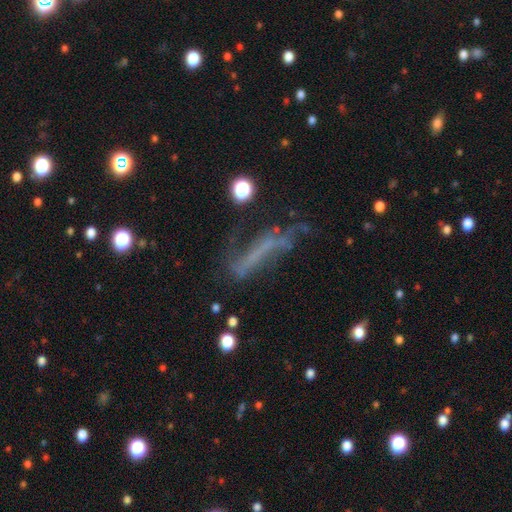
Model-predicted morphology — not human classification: smooth_or_featured: featured or disk (p=0.46) [alt: smooth p=0.34]
merging: none (p=0.44) [alt: minor disturbance p=0.25]